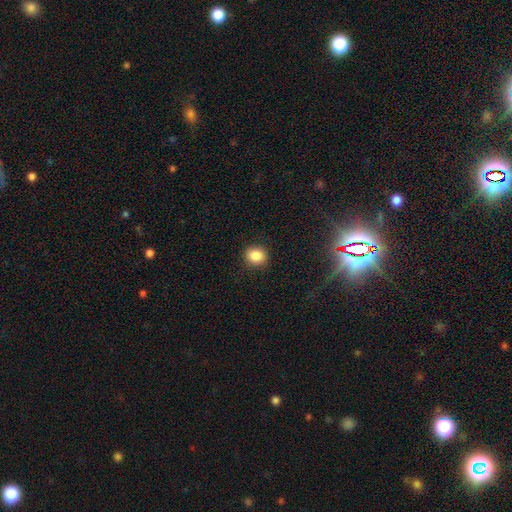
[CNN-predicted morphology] Smooth or featured? smooth (85%)
How rounded? round (71%)
Merging? none (90%)